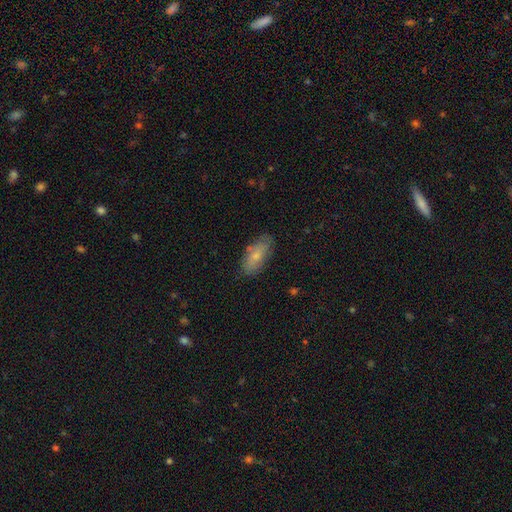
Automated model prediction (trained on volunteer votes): smooth-or-featured: smooth: 72% | featured or disk: 21% | star or artifact: 7%
  how-rounded: in between: 87% | cigar-shaped: 11% | round: 2%
  merging: none: 78% | minor disturbance: 17% | major disturbance: 3% | merger: 2%